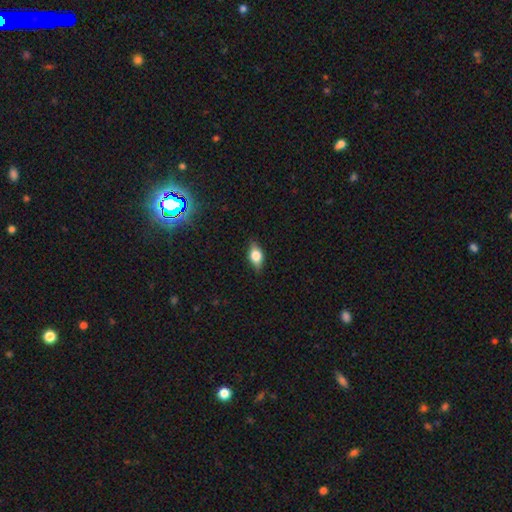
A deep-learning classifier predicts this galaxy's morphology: Smooth or featured? smooth (59%)
How rounded? in between (78%)
Merging? none (84%)